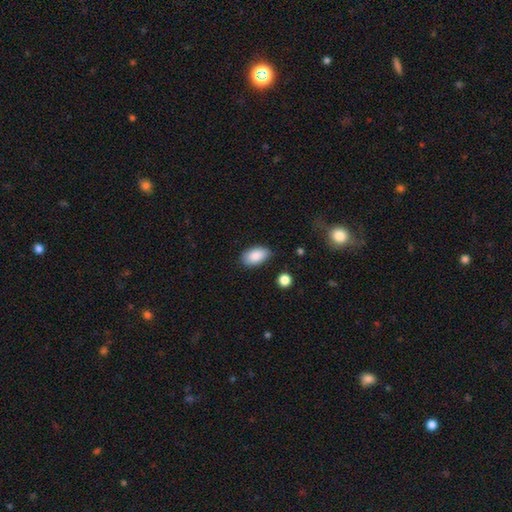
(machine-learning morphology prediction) Overall: smooth (88%). How rounded: in between (93%). Merging: none (79%).